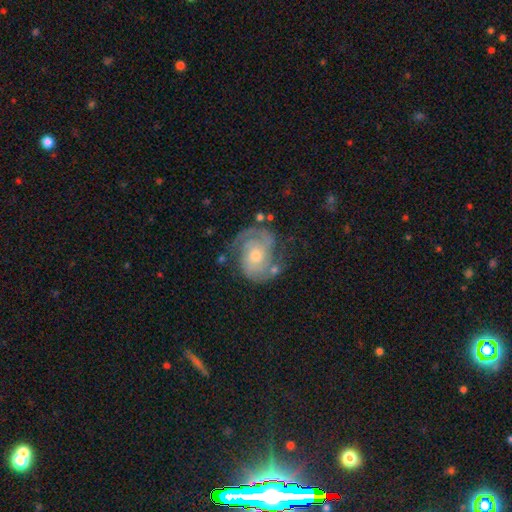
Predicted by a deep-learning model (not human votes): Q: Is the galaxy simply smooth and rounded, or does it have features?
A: featured or disk — 86%.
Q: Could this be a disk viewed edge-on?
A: no — 98%.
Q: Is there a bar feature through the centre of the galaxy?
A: no — 73%.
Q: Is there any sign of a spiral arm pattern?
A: yes — 96%.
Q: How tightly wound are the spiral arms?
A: tight — 51%.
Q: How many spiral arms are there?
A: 2 — 80%.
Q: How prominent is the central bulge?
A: moderate — 58%.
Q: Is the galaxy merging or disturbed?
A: none — 67%.